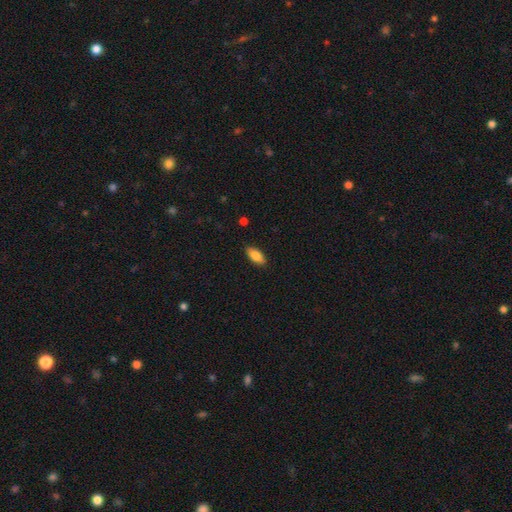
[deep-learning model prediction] A smooth galaxy with no disk features (82%) that is in between round and cigar-shaped (85%). Merging: none (88%).